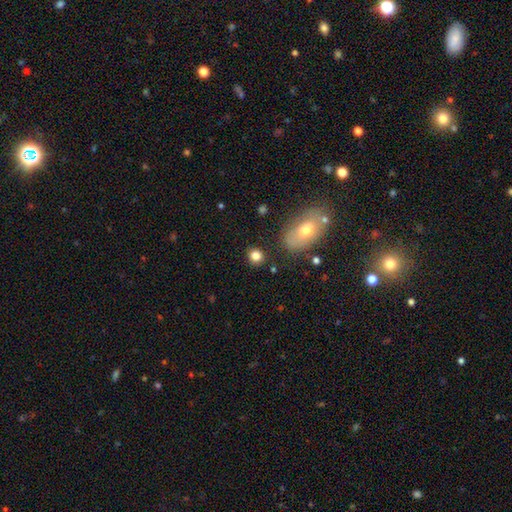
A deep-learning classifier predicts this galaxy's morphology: A smooth galaxy with no disk features (82%) that is round (77%).

Vote fractions:
- Smooth or featured? smooth: 82% / star or artifact: 11% / featured or disk: 7%
- How rounded? round: 77% / in between: 21% / cigar-shaped: 1%
- Merging? none: 85% / minor disturbance: 9% / merger: 4% / major disturbance: 3%